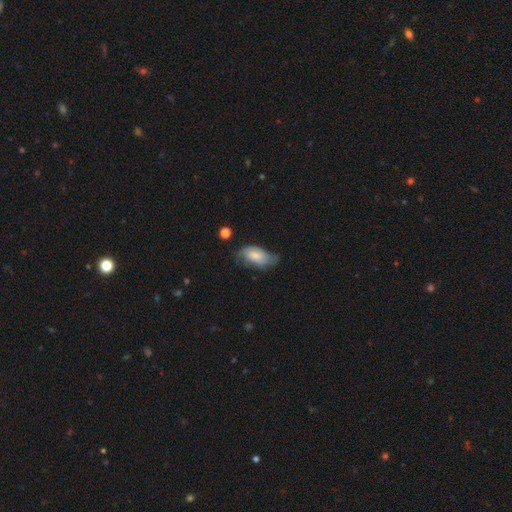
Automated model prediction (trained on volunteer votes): This appears to be a smooth galaxy with no disk features (64%) that is in between round and cigar-shaped (91%). Merging: none (49%).